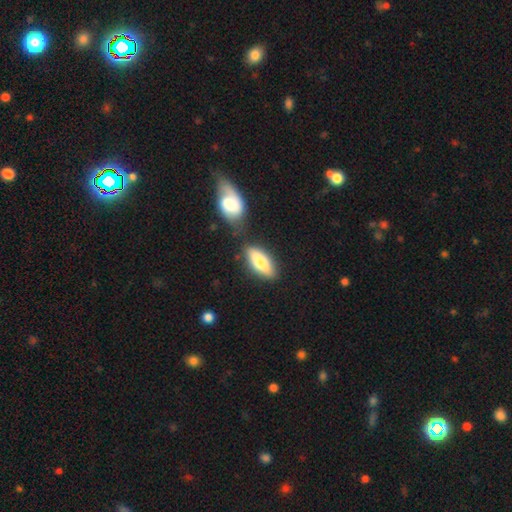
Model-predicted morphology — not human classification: This is likely a smooth galaxy (72%). How rounded: likely in between (79%). Merging: likely none (70%).